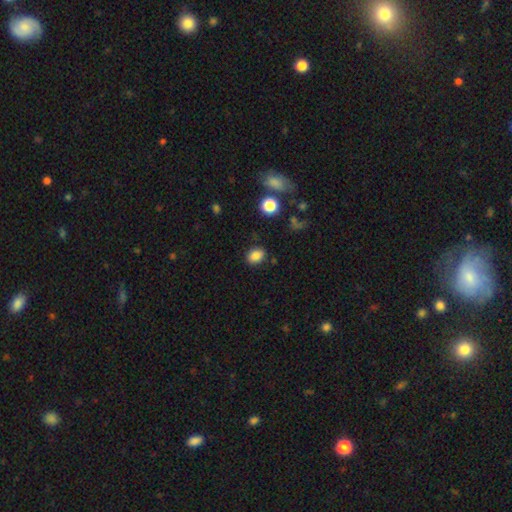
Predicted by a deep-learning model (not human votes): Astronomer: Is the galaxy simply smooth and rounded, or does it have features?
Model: smooth — 84%.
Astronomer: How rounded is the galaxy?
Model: in between — 67%.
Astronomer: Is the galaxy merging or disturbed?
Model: none — 85%.